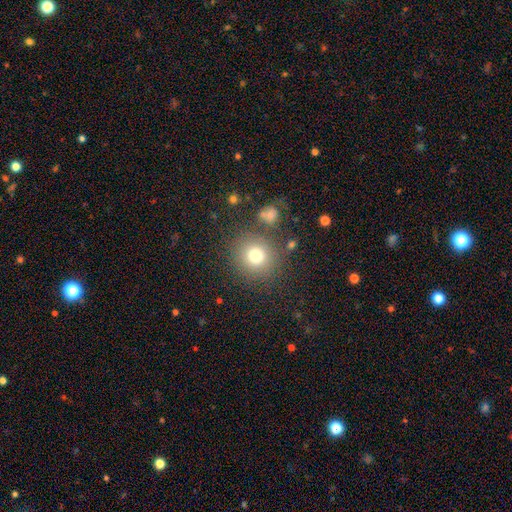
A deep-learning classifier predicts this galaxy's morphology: smooth 76%, star or artifact 14%, featured or disk 10%. Down the decision tree: how rounded — round (90%); merging — none (81%).